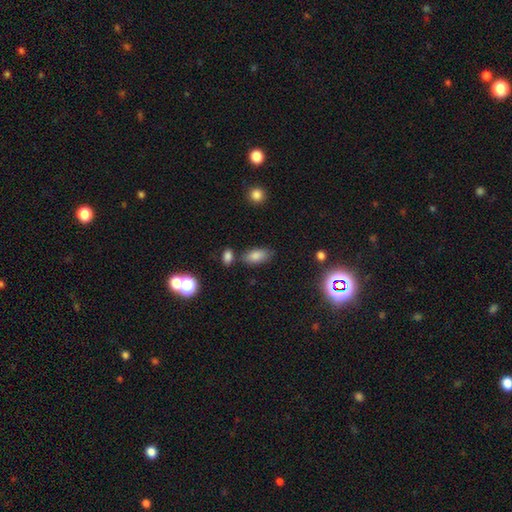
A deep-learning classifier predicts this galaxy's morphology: smooth-or-featured: smooth: 82% | star or artifact: 10% | featured or disk: 8%
  how-rounded: in between: 91% | cigar-shaped: 5% | round: 4%
  merging: none: 72% | minor disturbance: 15% | merger: 10% | major disturbance: 4%